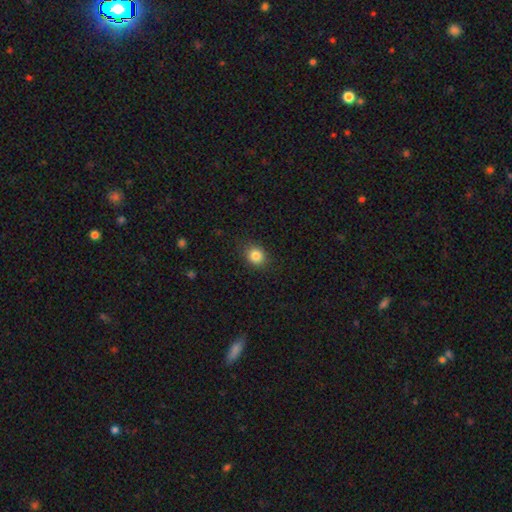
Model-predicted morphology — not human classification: Smooth or featured? smooth (85%)
How rounded? round (66%)
Merging? none (85%)